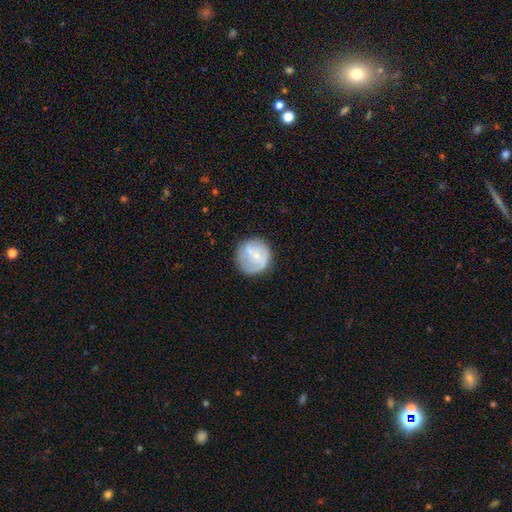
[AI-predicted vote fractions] Smooth or featured? Predicted: smooth (p=0.48). Merging? Predicted: none (p=0.72).